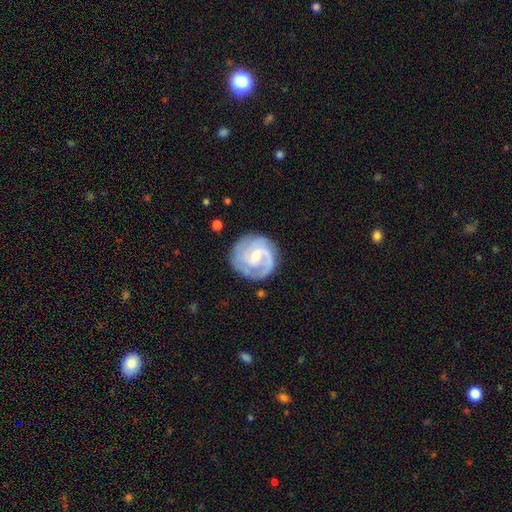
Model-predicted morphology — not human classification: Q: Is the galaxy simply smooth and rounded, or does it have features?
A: featured or disk — 82%.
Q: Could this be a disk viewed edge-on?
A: no — 98%.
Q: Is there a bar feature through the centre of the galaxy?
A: weak — 51%.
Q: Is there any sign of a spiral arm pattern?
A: yes — 94%.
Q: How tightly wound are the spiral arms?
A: tight — 50%.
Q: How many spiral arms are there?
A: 2 — 42%.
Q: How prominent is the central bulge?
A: moderate — 51%.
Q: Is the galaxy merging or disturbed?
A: none — 78%.